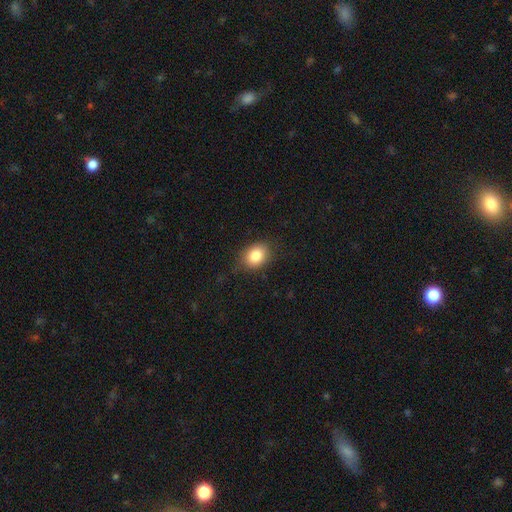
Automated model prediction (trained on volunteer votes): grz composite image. It shows a smooth galaxy with no disk features (83%) that is in between round and cigar-shaped (59%). Merging: none (79%).